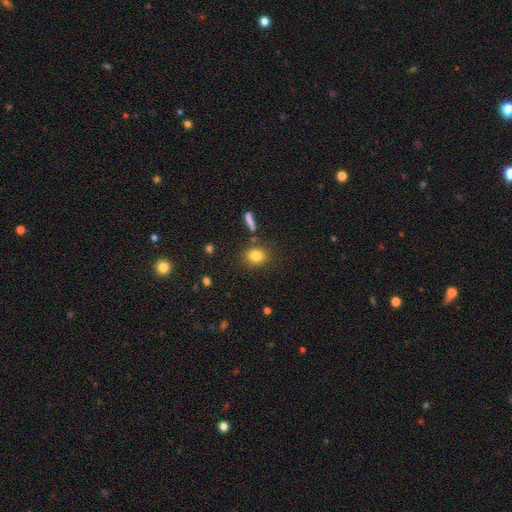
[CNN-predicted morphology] This is clearly a smooth galaxy (82%). How rounded: likely round (61%). Merging: clearly none (81%).